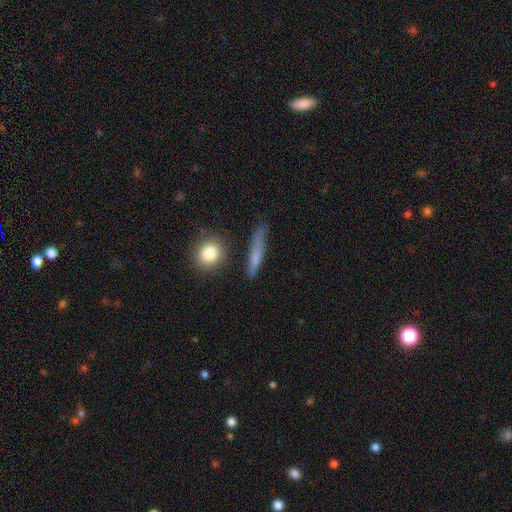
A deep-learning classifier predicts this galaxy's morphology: Smooth or featured? smooth (64%)
How rounded? cigar-shaped (83%)
Merging? none (72%)